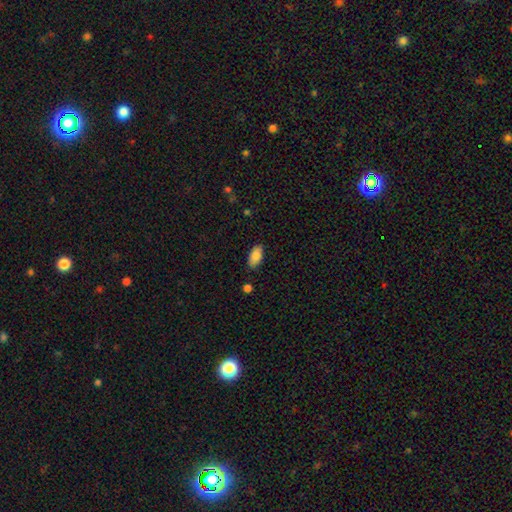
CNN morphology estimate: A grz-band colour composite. It shows a smooth galaxy with no disk features (85%) that is in between round and cigar-shaped (92%). Merging: none (84%).